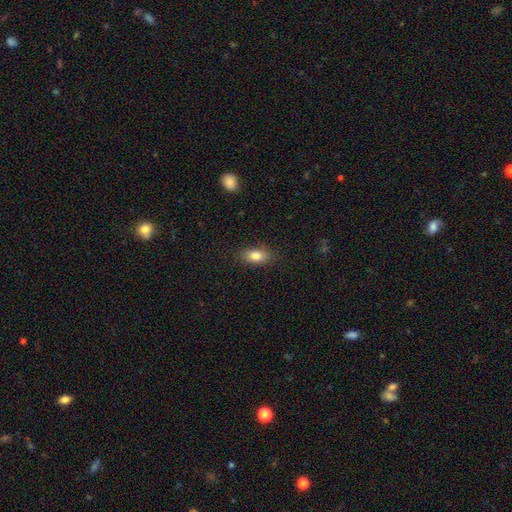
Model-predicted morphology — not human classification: smooth_or_featured: smooth (p=0.84) [alt: featured or disk p=0.08]
how_rounded: in between (p=0.87) [alt: round p=0.08]
merging: none (p=0.82) [alt: minor disturbance p=0.13]